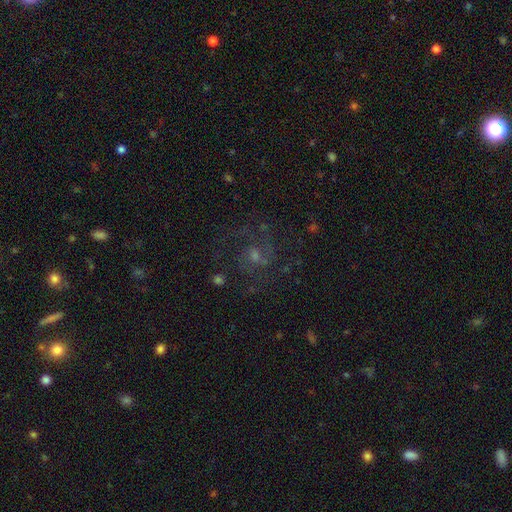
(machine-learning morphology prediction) Smooth or featured? featured or disk (68%)
Edge-on disk? no (98%)
Bar? no (55%)
Spiral arms? yes (88%)
Spiral winding? medium (54%)
Spiral arm count? 2 (58%)
Bulge size? moderate (42%, tied with small)
Merging? none (63%)